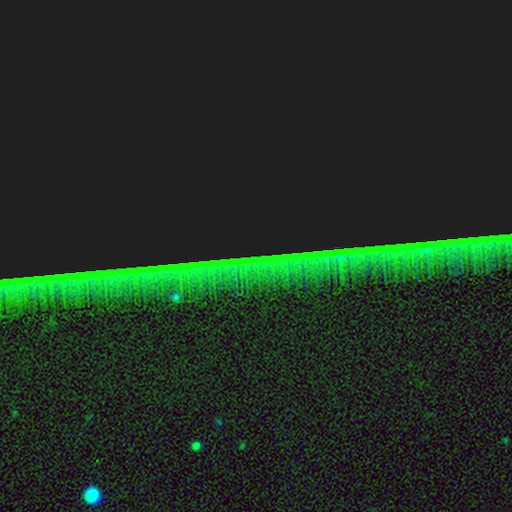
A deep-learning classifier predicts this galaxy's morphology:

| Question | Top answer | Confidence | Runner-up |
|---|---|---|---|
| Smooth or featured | star or artifact | 86% | featured or disk (8%) |